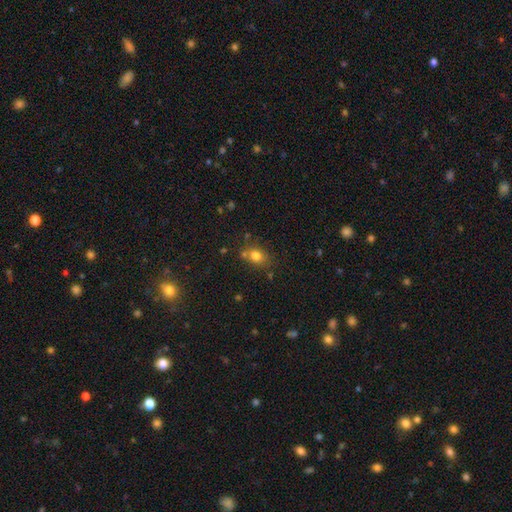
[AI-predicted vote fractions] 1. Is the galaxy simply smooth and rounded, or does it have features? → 76% smooth, 14% star or artifact, 10% featured or disk.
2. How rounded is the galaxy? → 51% round, 47% in between, 1% cigar-shaped.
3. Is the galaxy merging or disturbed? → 67% none, 16% minor disturbance, 13% merger, 5% major disturbance.